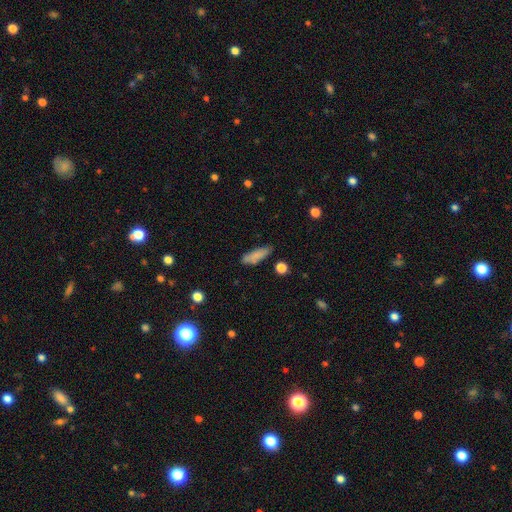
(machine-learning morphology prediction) type=smooth (81%); roundness=cigar-shaped (50%); merging=none (73%).